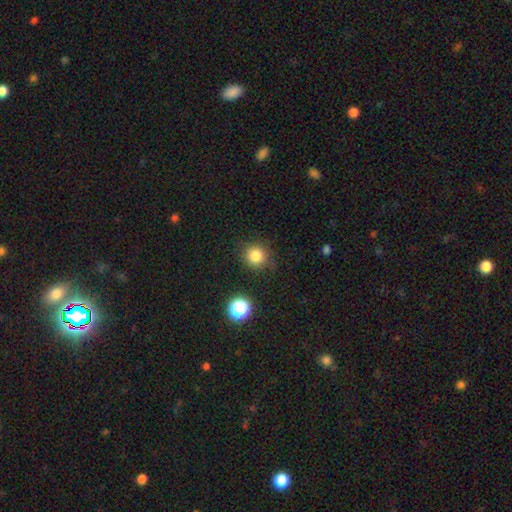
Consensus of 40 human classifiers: Smooth or featured?
  - smooth: 88% *
  - star or artifact: 10%
  - featured or disk: 2%
How rounded?
  - round: 94% *
  - in between: 6%
  - cigar-shaped: 0%
Merging?
  - none: 69% *
  - major disturbance: 11%
  - merger: 11%
  - minor disturbance: 8%